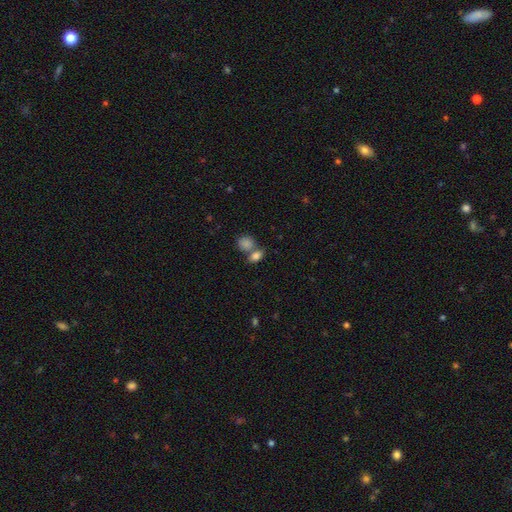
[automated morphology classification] Q: Smooth or featured?
A: smooth (81%); runner-up: featured or disk (10%)
Q: How rounded?
A: in between (74%); runner-up: round (23%)
Q: Merging?
A: none (46%); runner-up: merger (40%)